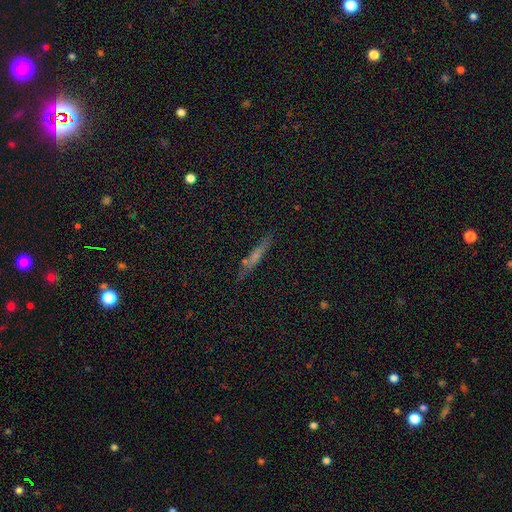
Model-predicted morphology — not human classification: Smooth or featured? Predicted: smooth (p=0.44). Merging? Predicted: none (p=0.84).